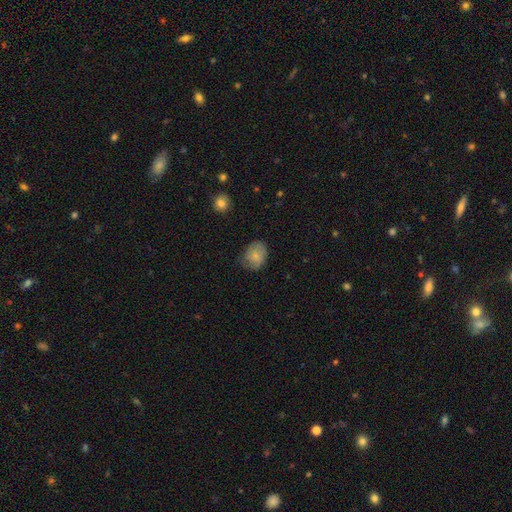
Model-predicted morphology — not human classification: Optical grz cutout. It shows a smooth galaxy with no disk features (73%) that is in between round and cigar-shaped (53%). Merging: none (61%).